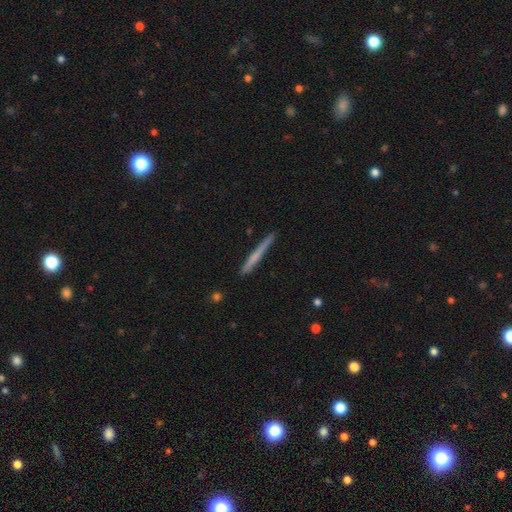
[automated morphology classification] Smooth or featured? Predicted: smooth (p=0.57). How rounded? Predicted: cigar-shaped (p=0.97). Merging? Predicted: none (p=0.89).